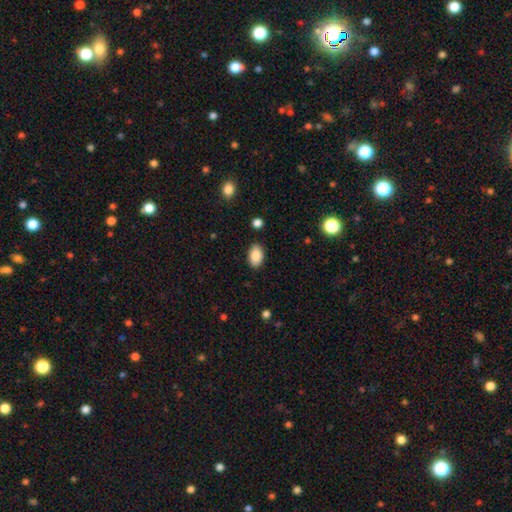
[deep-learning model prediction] Morphology: type=smooth (88%); roundness=in between (91%); merging=none (88%).